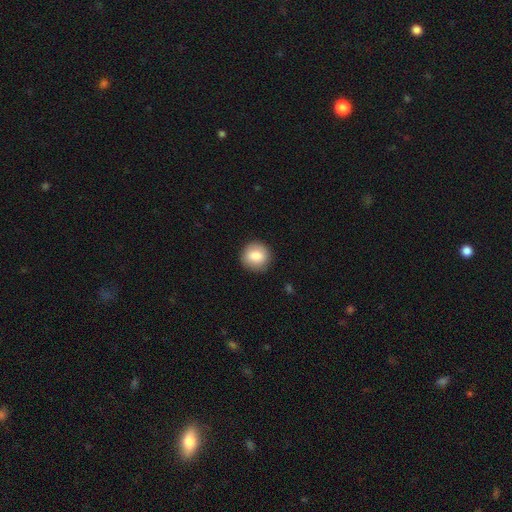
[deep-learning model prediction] This is clearly a smooth galaxy (84%). How rounded: clearly round (88%). Merging: clearly none (89%).